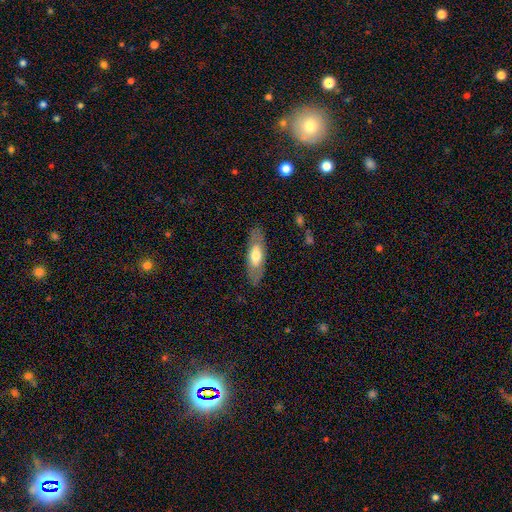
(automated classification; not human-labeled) Smooth or featured? smooth (57%)
How rounded? in between (61%)
Merging? none (83%)